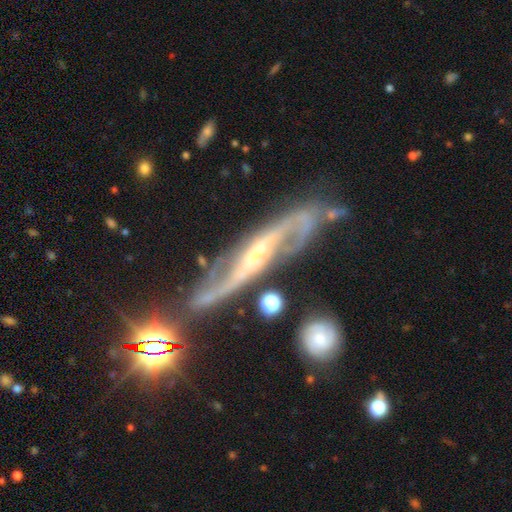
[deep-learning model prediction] A featured or disk galaxy (88%) with a strong bar (42%), 2 (91%) medium (45%) spiral arms (97%) and a small central bulge (45%). Merging: none (66%).